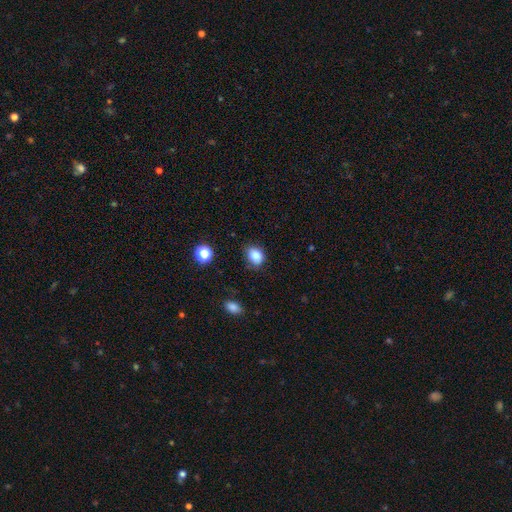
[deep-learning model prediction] Morphology: type=smooth (85%); roundness=in between (62%); merging=none (71%).